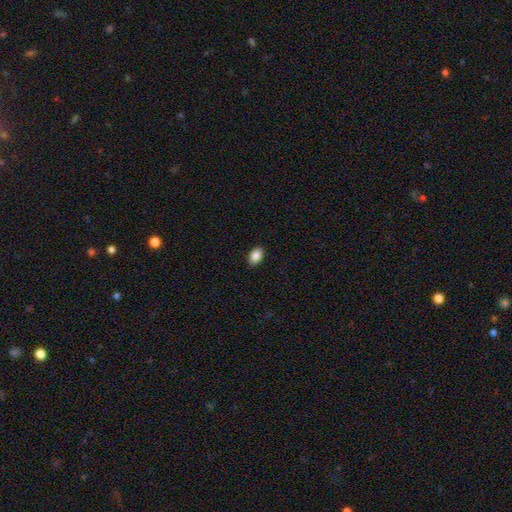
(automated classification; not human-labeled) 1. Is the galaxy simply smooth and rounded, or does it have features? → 88% smooth, 8% star or artifact, 4% featured or disk.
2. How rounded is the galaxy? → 87% in between, 11% round, 1% cigar-shaped.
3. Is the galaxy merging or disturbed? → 89% none, 8% minor disturbance, 2% major disturbance, 1% merger.